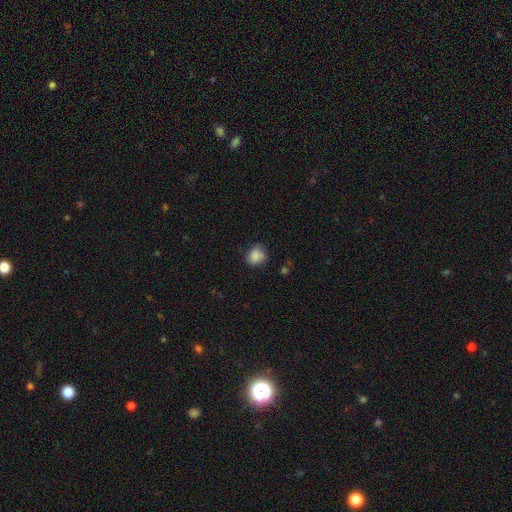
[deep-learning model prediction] smooth-or-featured: smooth: 86% | star or artifact: 9% | featured or disk: 5%
  how-rounded: round: 69% | in between: 30% | cigar-shaped: 1%
  merging: none: 72% | minor disturbance: 21% | major disturbance: 5% | merger: 2%